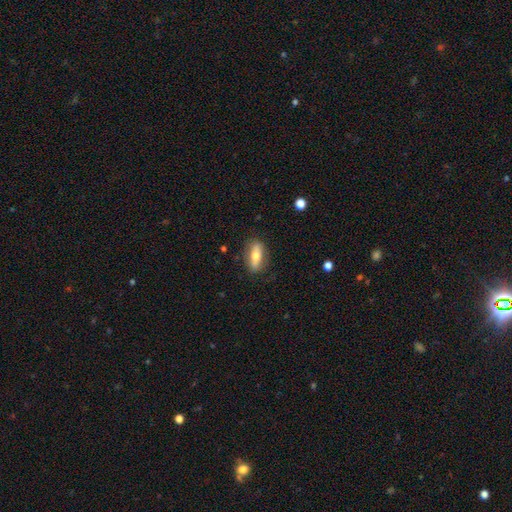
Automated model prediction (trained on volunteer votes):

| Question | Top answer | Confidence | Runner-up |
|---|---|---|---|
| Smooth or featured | smooth | 60% | featured or disk (33%) |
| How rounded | in between | 69% | cigar-shaped (26%) |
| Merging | none | 84% | minor disturbance (12%) |